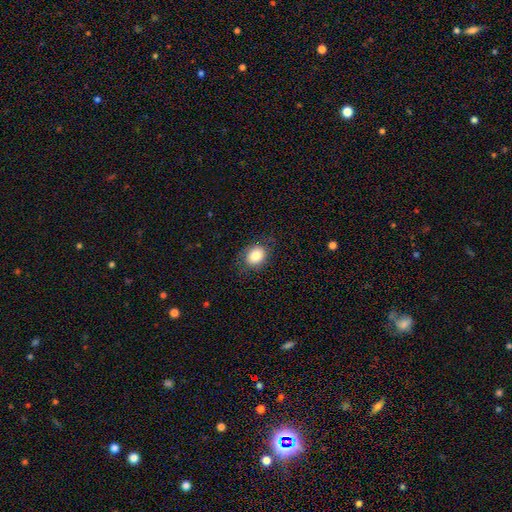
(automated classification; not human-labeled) Smooth or featured: smooth — 83% (star or artifact — 9%)
How rounded: in between — 53% (round — 46%)
Merging: none — 82% (minor disturbance — 13%)